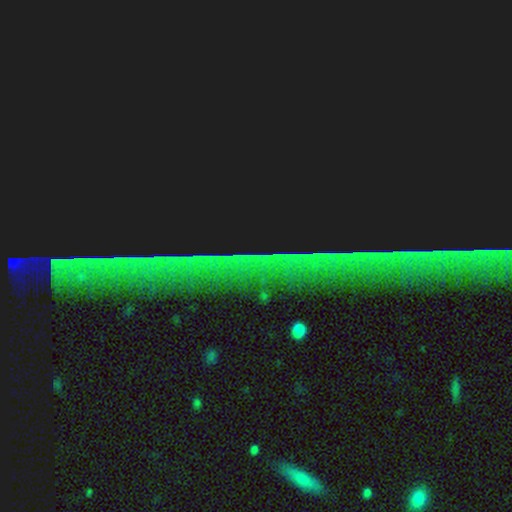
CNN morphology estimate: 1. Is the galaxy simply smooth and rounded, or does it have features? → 83% star or artifact, 9% featured or disk, 8% smooth.